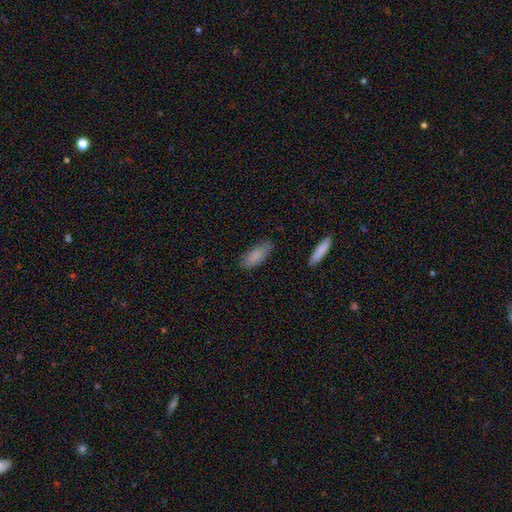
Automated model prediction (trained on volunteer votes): smooth-or-featured: smooth: 85% | featured or disk: 9% | star or artifact: 7%
  how-rounded: in between: 74% | cigar-shaped: 24% | round: 2%
  merging: none: 78% | minor disturbance: 17% | major disturbance: 3% | merger: 2%